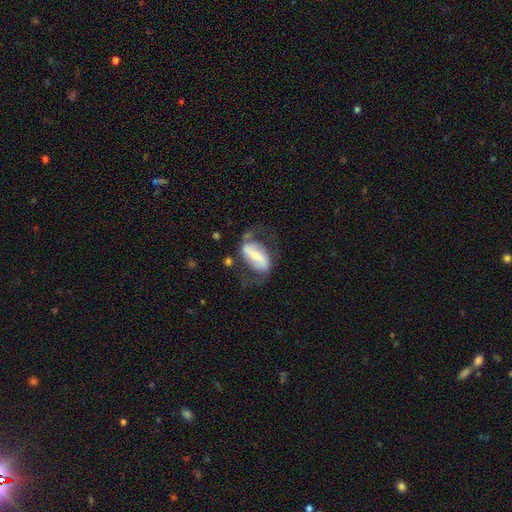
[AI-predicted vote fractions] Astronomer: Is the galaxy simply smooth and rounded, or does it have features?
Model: featured or disk — 71%.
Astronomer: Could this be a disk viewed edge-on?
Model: no — 93%.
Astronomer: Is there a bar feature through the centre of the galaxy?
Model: strong — 61%.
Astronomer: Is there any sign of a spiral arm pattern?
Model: yes — 84%.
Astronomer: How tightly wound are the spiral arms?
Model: loose — 51% (runner-up: medium, 36%).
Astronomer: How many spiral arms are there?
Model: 2 — 87%.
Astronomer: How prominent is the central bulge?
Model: small — 48% (runner-up: moderate, 36%).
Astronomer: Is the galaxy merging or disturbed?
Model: none — 51%.